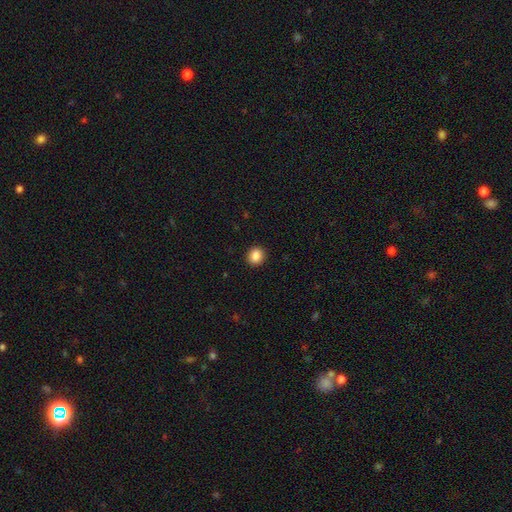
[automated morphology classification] smooth 88%, star or artifact 9%, featured or disk 3%. Down the decision tree: how rounded — round (74%); merging — none (91%).